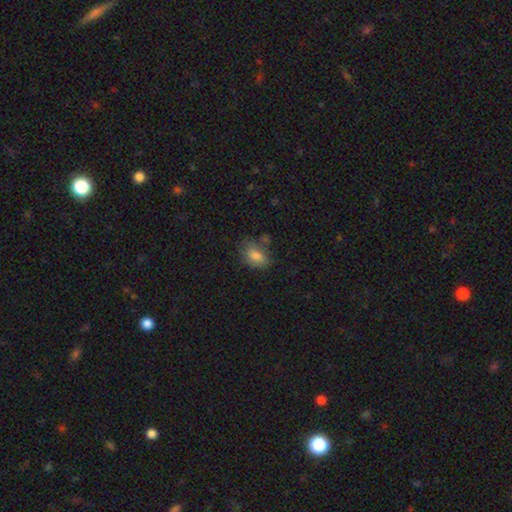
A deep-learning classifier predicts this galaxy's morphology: type=smooth (78%); roundness=in between (87%); merging=none (60%).